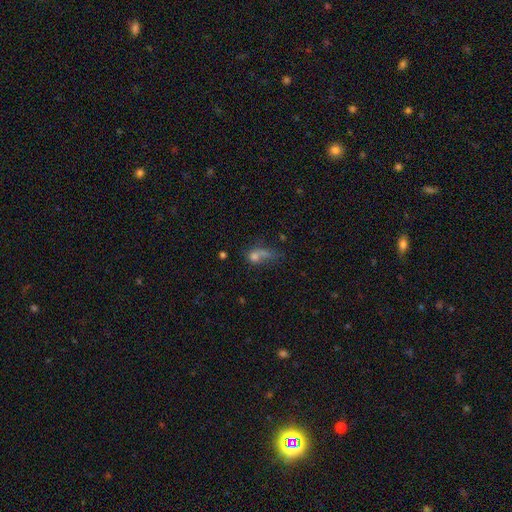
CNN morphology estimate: Smooth or featured? Predicted: smooth (p=0.57). How rounded? Predicted: in between (p=0.49). Merging? Predicted: none (p=0.29).